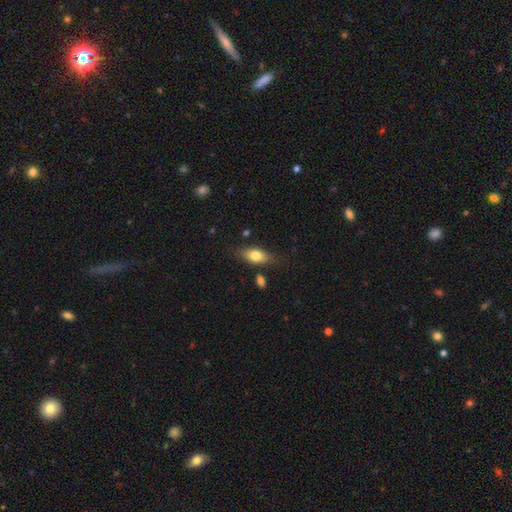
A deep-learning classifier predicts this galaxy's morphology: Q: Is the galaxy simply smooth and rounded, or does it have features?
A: smooth — 75%.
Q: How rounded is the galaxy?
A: in between — 84%.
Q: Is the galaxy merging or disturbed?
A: none — 74%.